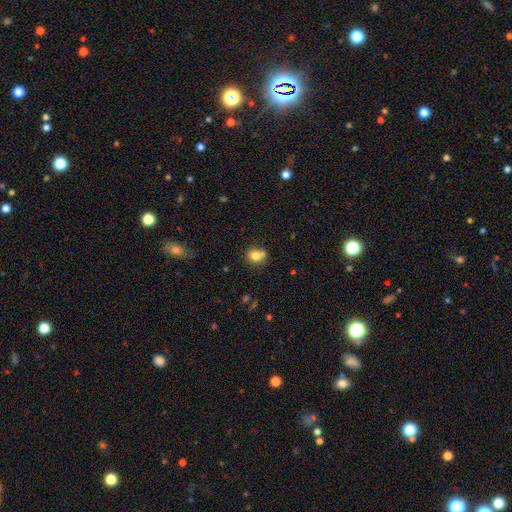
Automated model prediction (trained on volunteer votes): smooth-or-featured: smooth: 77% | featured or disk: 12% | star or artifact: 12%
  how-rounded: round: 71% | in between: 28% | cigar-shaped: 1%
  merging: none: 55% | merger: 23% | minor disturbance: 17% | major disturbance: 5%